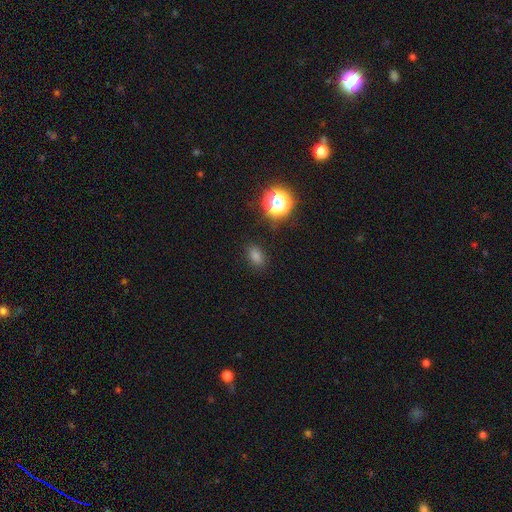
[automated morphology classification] Smooth or featured? Predicted: smooth (p=0.74). How rounded? Predicted: in between (p=0.77). Merging? Predicted: none (p=0.86).